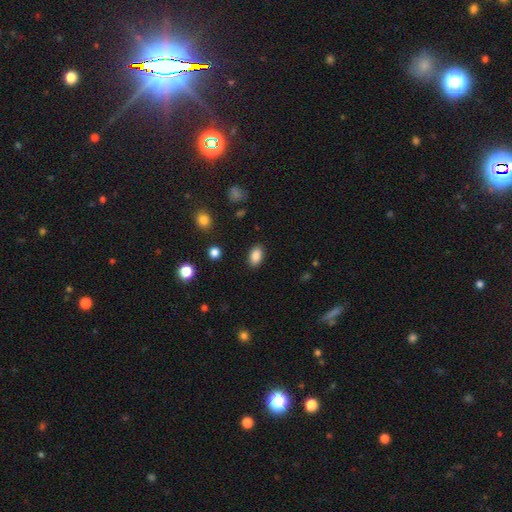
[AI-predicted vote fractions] A smooth galaxy with no disk features (87%) that is in between round and cigar-shaped (89%).

Vote fractions:
- Smooth or featured? smooth: 87% / star or artifact: 8% / featured or disk: 4%
- How rounded? in between: 89% / round: 9% / cigar-shaped: 2%
- Merging? none: 88% / minor disturbance: 8% / major disturbance: 3% / merger: 1%